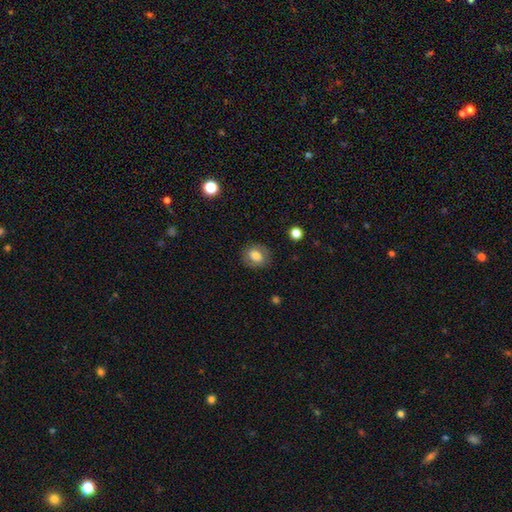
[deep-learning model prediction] Morphology: type=smooth (76%); roundness=round (62%); merging=none (84%).